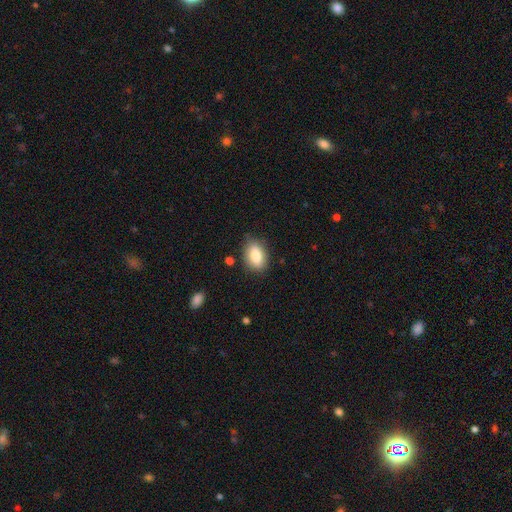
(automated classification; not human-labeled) A smooth galaxy with no disk features (83%) that is in between round and cigar-shaped (87%). Merging: none (81%).